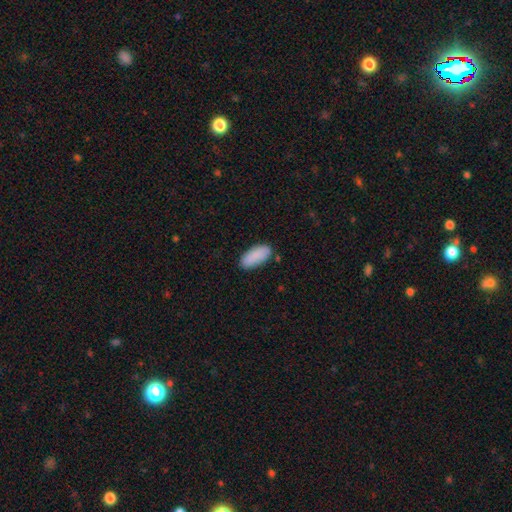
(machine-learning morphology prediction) Overall: smooth (88%). How rounded: in between (87%). Merging: none (81%).